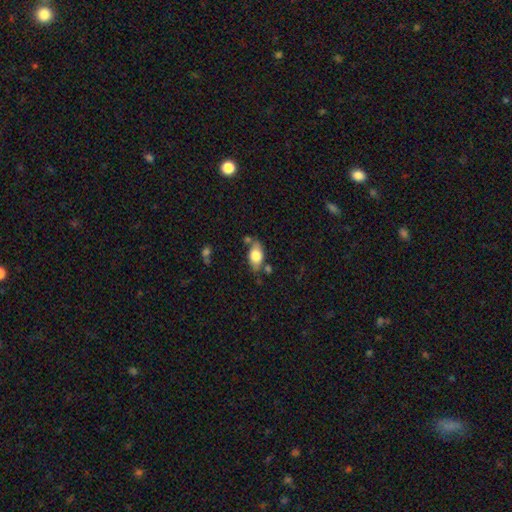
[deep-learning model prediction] A smooth galaxy with no disk features (72%) that is in between round and cigar-shaped (87%).

Vote fractions:
- Smooth or featured? smooth: 72% / featured or disk: 21% / star or artifact: 7%
- How rounded? in between: 87% / round: 8% / cigar-shaped: 5%
- Merging? none: 65% / minor disturbance: 21% / merger: 9% / major disturbance: 5%